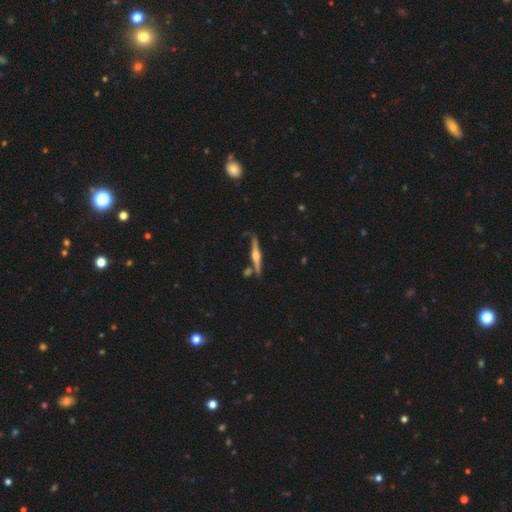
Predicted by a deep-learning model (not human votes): Smooth or featured? Predicted: featured or disk (p=0.79). Edge-on disk? Predicted: yes (p=0.98). Edge-on bulge? Predicted: rounded (p=0.90). Merging? Predicted: none (p=0.80).